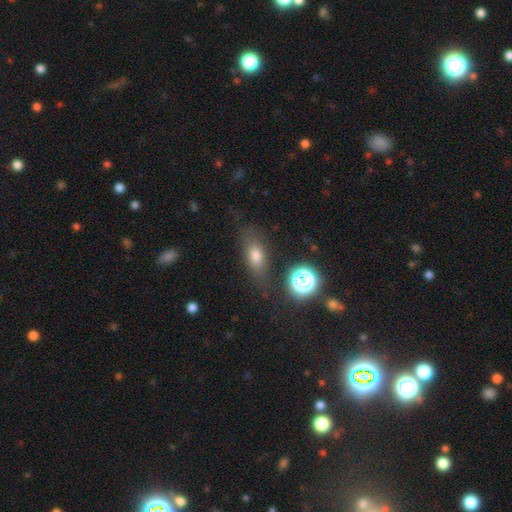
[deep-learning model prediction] The model was most divided on "how rounded": in between: 69%, round: 16%, cigar-shaped: 15%. More confident: merging — none (73%); smooth or featured — smooth (70%).